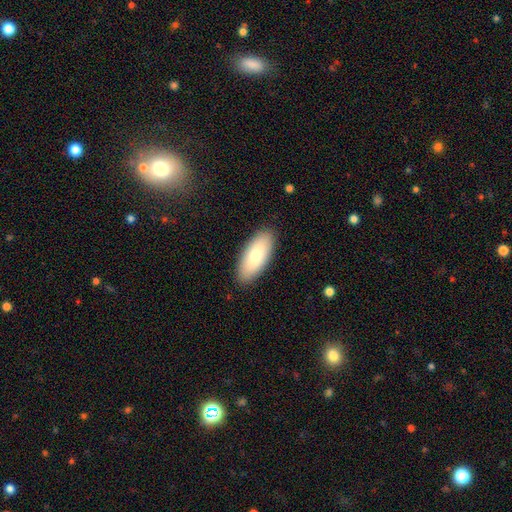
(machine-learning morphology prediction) Smooth or featured? Predicted: smooth (p=0.76). How rounded? Predicted: in between (p=0.82). Merging? Predicted: none (p=0.89).